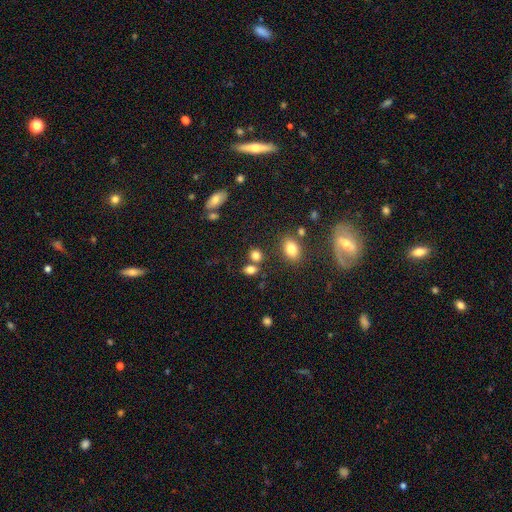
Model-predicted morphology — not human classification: Smooth or featured?
  - smooth: 80% *
  - star or artifact: 14%
  - featured or disk: 7%
How rounded?
  - in between: 52% *
  - round: 46%
  - cigar-shaped: 2%
Merging?
  - none: 62% *
  - merger: 22%
  - minor disturbance: 11%
  - major disturbance: 5%